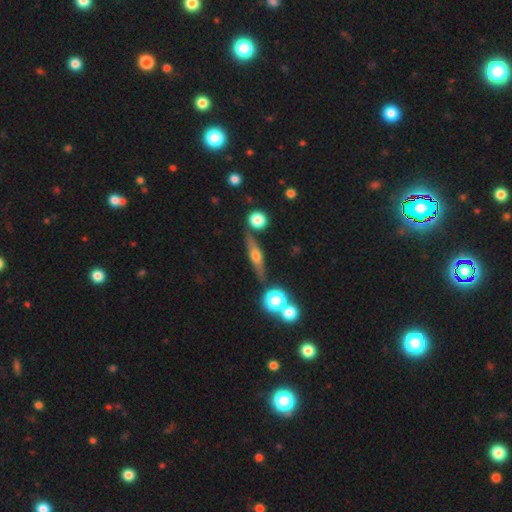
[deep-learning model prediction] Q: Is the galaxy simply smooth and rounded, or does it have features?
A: featured or disk — 62%.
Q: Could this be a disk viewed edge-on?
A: yes — 92%.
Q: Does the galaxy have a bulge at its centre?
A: rounded — 91%.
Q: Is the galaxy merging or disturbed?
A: none — 81%.